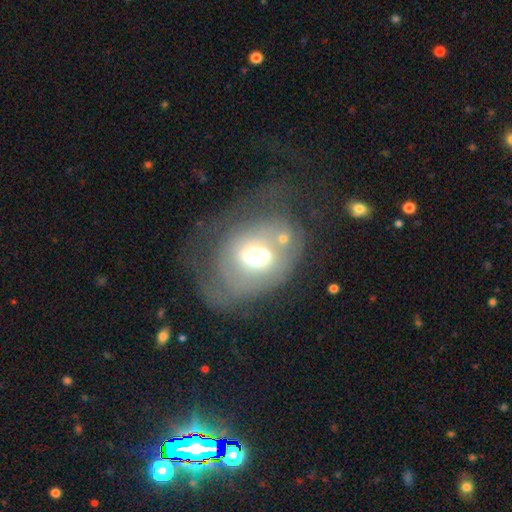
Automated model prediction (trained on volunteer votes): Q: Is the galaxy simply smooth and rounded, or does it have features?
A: featured or disk — 48%.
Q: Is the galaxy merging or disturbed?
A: major disturbance — 40%.